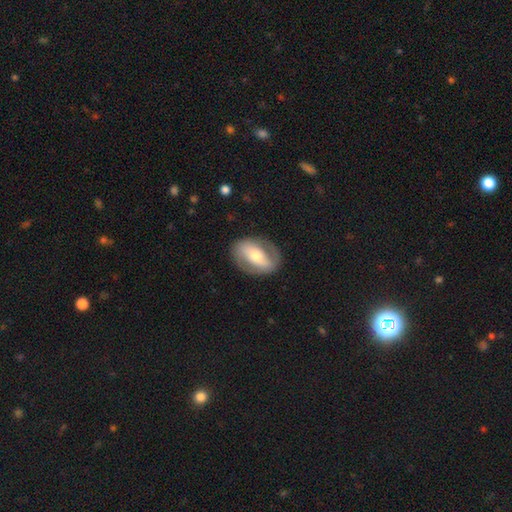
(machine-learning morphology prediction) Smooth or featured? featured or disk (63%)
Edge-on disk? no (91%)
Bar? strong (48%)
Spiral arms? yes (53%)
Bulge size? moderate (68%)
Merging? none (83%)